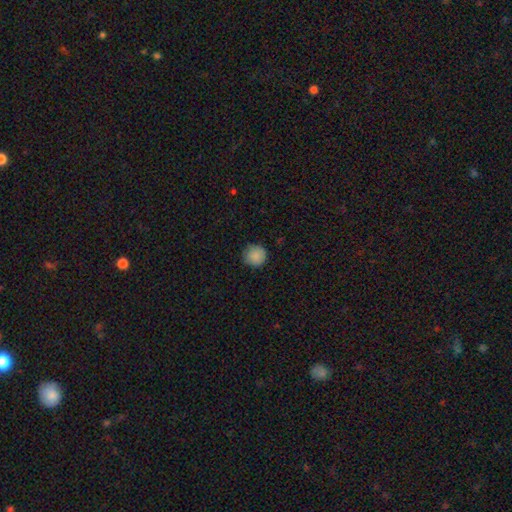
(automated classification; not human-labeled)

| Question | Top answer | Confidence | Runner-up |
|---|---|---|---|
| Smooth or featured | smooth | 87% | star or artifact (8%) |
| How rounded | round | 94% | in between (5%) |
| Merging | none | 86% | minor disturbance (11%) |